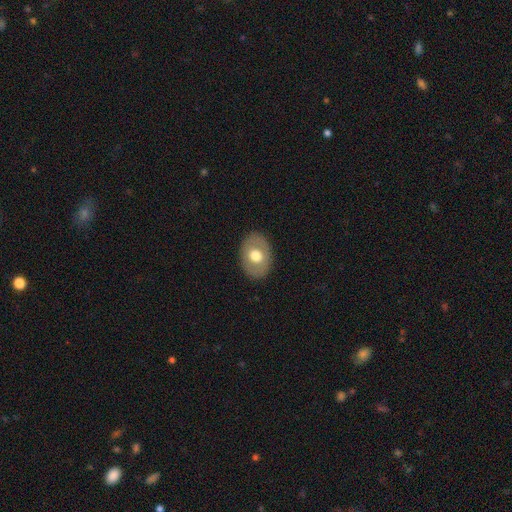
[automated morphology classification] smooth-or-featured: smooth: 64% | featured or disk: 30% | star or artifact: 7%
  how-rounded: in between: 74% | round: 25% | cigar-shaped: 1%
  merging: none: 87% | minor disturbance: 9% | major disturbance: 3% | merger: 1%